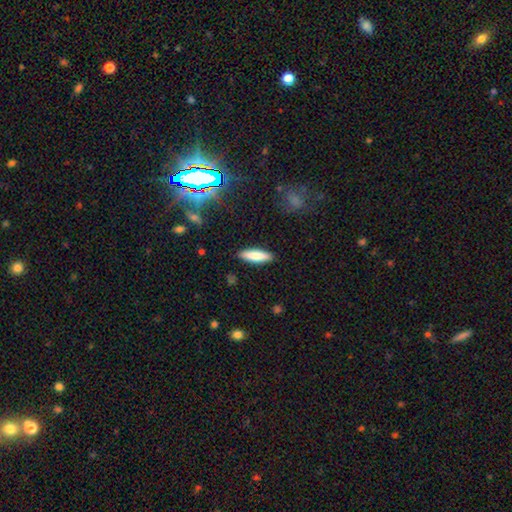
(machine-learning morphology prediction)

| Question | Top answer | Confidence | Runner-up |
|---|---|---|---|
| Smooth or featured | smooth | 80% | featured or disk (14%) |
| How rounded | cigar-shaped | 57% | in between (42%) |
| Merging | none | 89% | minor disturbance (8%) |